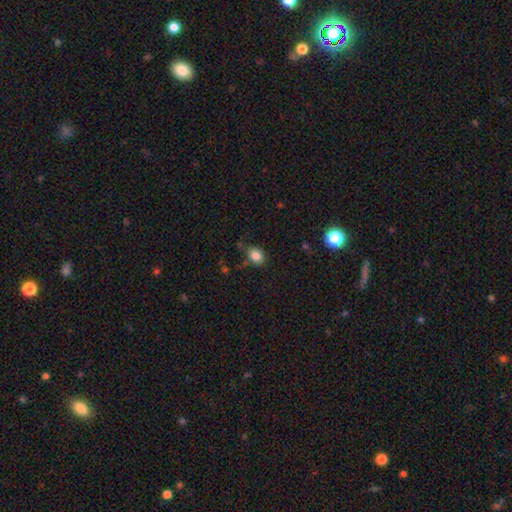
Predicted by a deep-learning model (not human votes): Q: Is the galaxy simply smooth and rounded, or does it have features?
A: smooth — 84%.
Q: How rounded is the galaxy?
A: in between — 62%.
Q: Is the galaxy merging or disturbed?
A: none — 74%.